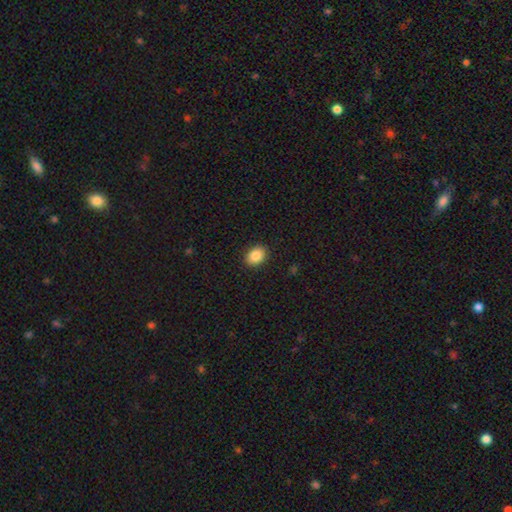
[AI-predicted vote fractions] Smooth or featured?
  - smooth: 87% *
  - star or artifact: 8%
  - featured or disk: 5%
How rounded?
  - in between: 65% *
  - round: 34%
  - cigar-shaped: 1%
Merging?
  - none: 90% *
  - minor disturbance: 7%
  - major disturbance: 2%
  - merger: 1%